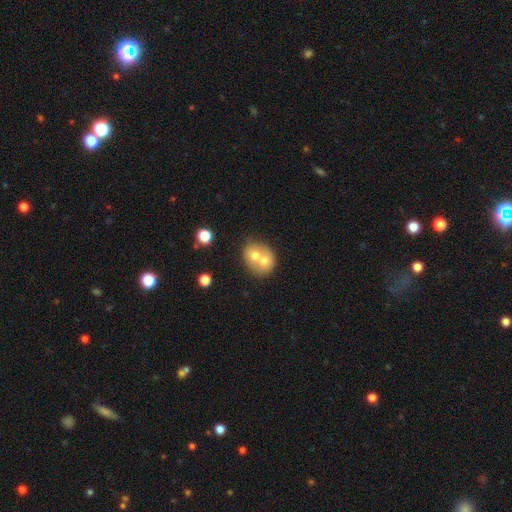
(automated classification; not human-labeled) Smooth or featured? smooth (61%)
How rounded? round (63%)
Merging? merger (69%)